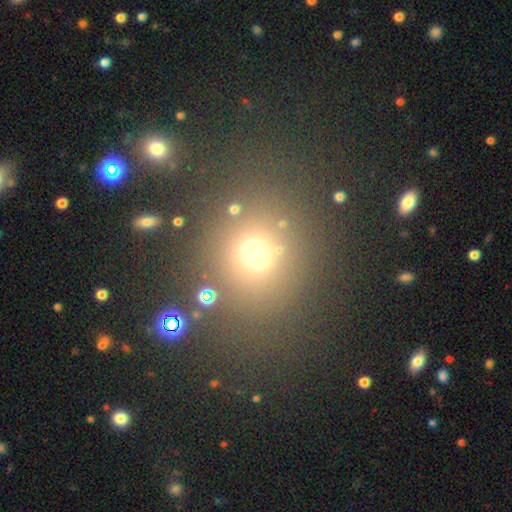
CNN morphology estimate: A smooth galaxy with no disk features (53%) that is round (70%). Merging: none (54%).